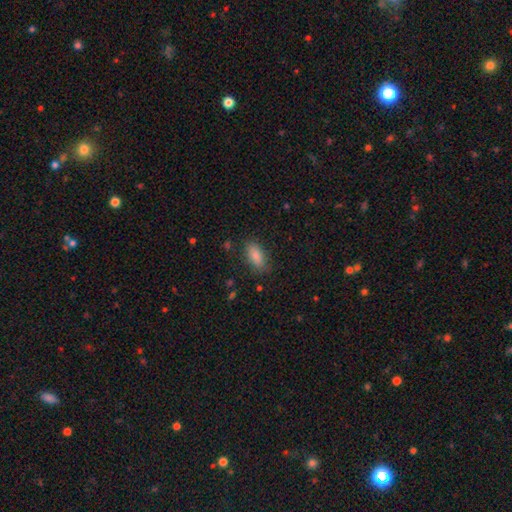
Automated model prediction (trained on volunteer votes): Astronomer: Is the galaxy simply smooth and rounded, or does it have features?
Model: smooth — 87%.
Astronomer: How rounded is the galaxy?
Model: in between — 89%.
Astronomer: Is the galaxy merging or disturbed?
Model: none — 82%.